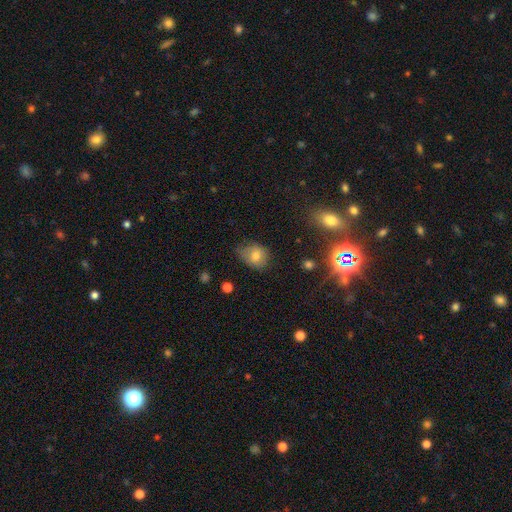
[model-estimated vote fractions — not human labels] smooth 76%, featured or disk 12%, star or artifact 11%. Down the decision tree: how rounded — round (53%); merging — none (56%).